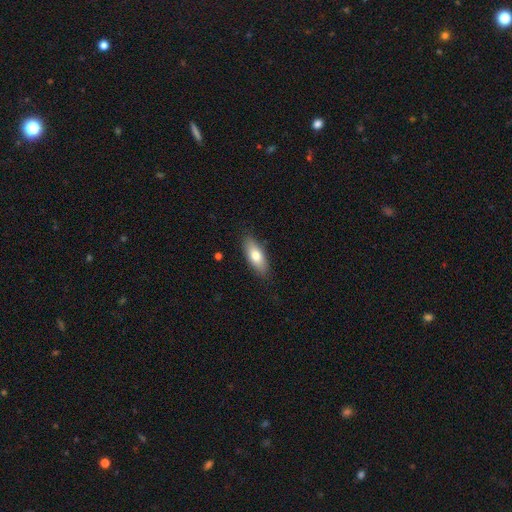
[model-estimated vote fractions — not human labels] smooth-or-featured: smooth: 75% | featured or disk: 19% | star or artifact: 6%
  how-rounded: in between: 76% | cigar-shaped: 21% | round: 3%
  merging: none: 86% | minor disturbance: 11% | major disturbance: 2% | merger: 1%